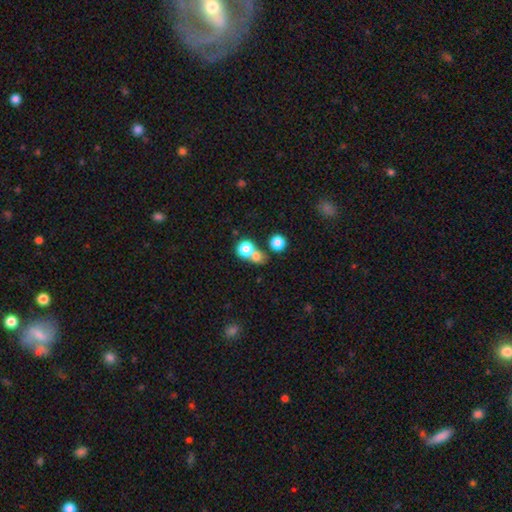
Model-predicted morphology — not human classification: Q: Smooth or featured?
A: smooth (73%); runner-up: star or artifact (17%)
Q: How rounded?
A: round (81%); runner-up: in between (18%)
Q: Merging?
A: none (45%); runner-up: merger (44%)